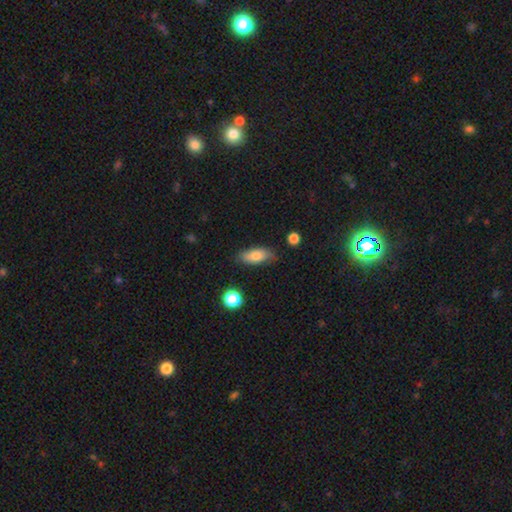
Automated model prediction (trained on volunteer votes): Smooth or featured? Predicted: smooth (p=0.78). How rounded? Predicted: in between (p=0.81). Merging? Predicted: none (p=0.72).